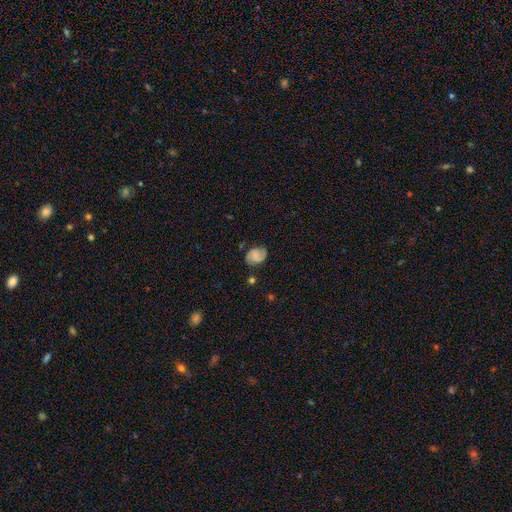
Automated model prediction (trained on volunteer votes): Q: Smooth or featured?
A: featured or disk (48%); runner-up: smooth (42%)
Q: Merging?
A: none (66%); runner-up: minor disturbance (23%)